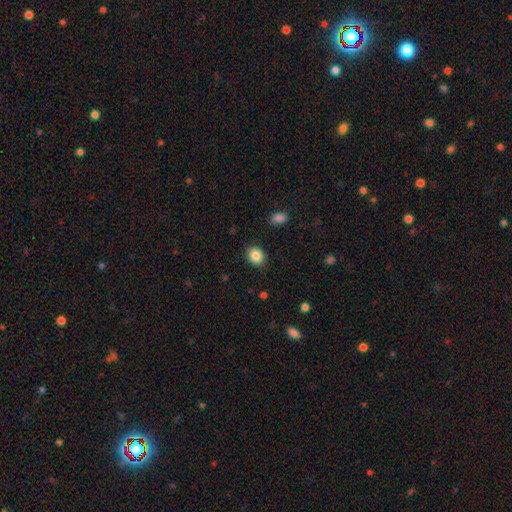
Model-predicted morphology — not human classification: The model was most divided on "how rounded": round: 55%, in between: 44%, cigar-shaped: 1%. More confident: merging — none (88%); smooth or featured — smooth (86%).